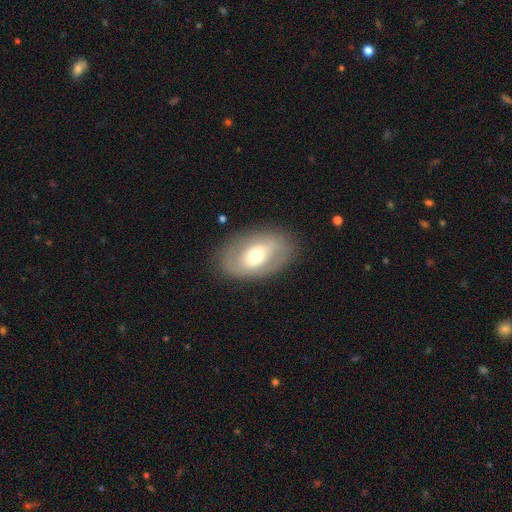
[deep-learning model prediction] smooth 49%, featured or disk 44%, star or artifact 7%. Down the decision tree: merging — none (82%).